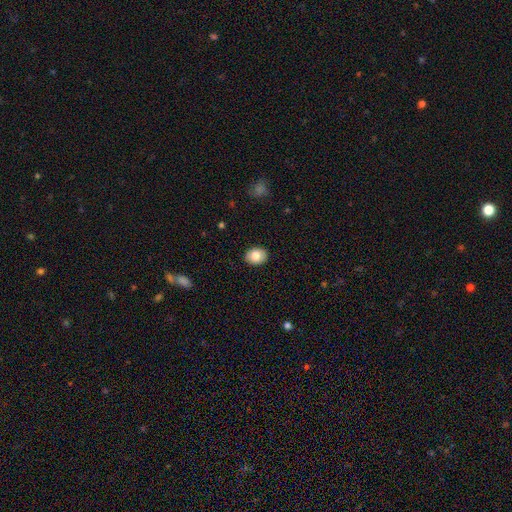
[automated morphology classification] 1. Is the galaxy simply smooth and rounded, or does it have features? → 83% smooth, 10% featured or disk, 8% star or artifact.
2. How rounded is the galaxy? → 64% in between, 35% round, 1% cigar-shaped.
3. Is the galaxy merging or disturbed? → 89% none, 8% minor disturbance, 2% major disturbance, 1% merger.